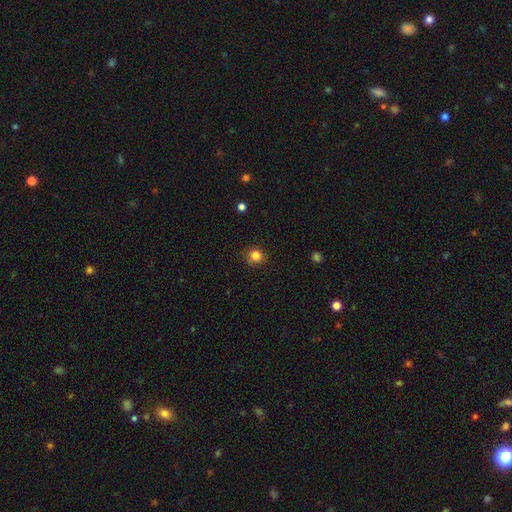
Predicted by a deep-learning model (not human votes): Smooth or featured?
  - smooth: 83% *
  - star or artifact: 12%
  - featured or disk: 4%
How rounded?
  - round: 88% *
  - in between: 11%
  - cigar-shaped: 1%
Merging?
  - none: 84% *
  - minor disturbance: 12%
  - major disturbance: 3%
  - merger: 2%